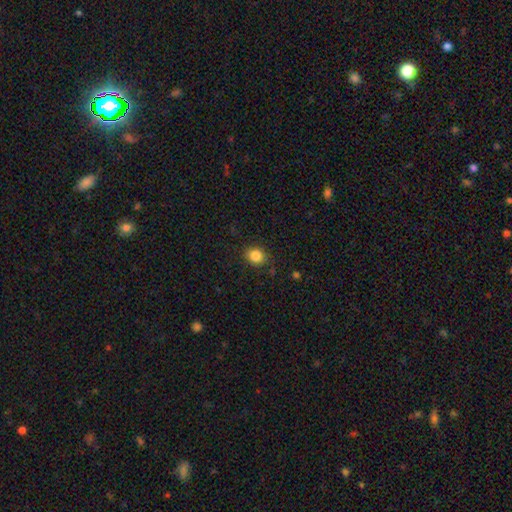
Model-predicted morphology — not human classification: smooth-or-featured: smooth: 85% | star or artifact: 10% | featured or disk: 5%
  how-rounded: round: 69% | in between: 31% | cigar-shaped: 1%
  merging: none: 84% | minor disturbance: 12% | major disturbance: 3% | merger: 1%